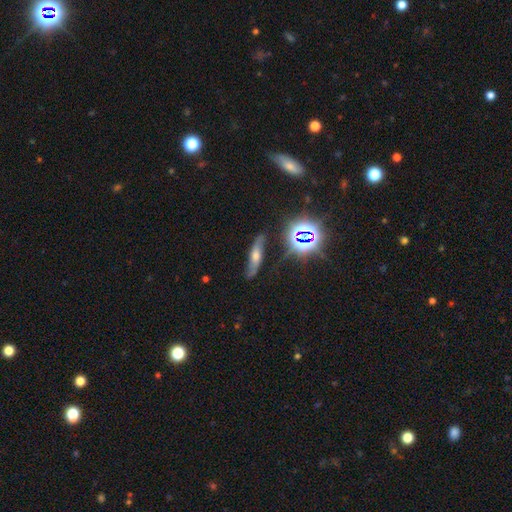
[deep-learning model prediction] A featured or disk galaxy (48%). Merging: none (74%).